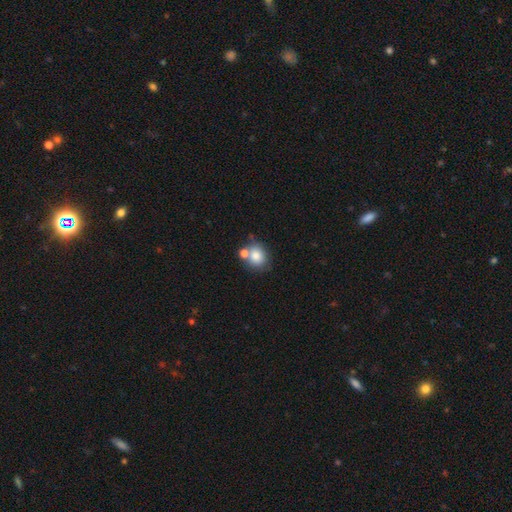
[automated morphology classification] The model was most divided on "merging": none: 55%, merger: 28%, minor disturbance: 12%, major disturbance: 4%. More confident: smooth or featured — smooth (80%); how rounded — round (70%).